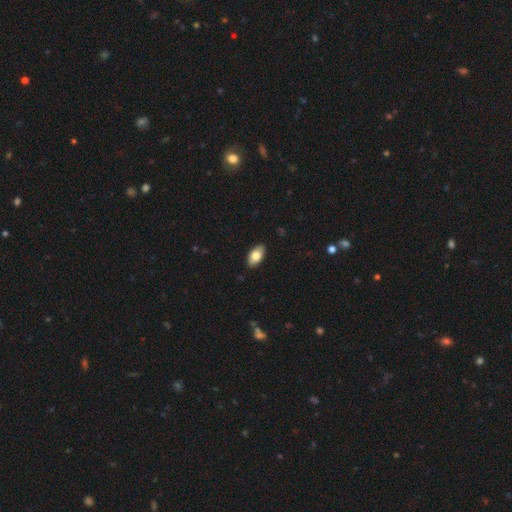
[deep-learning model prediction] Overall: smooth (80%). How rounded: in between (94%). Merging: none (89%).